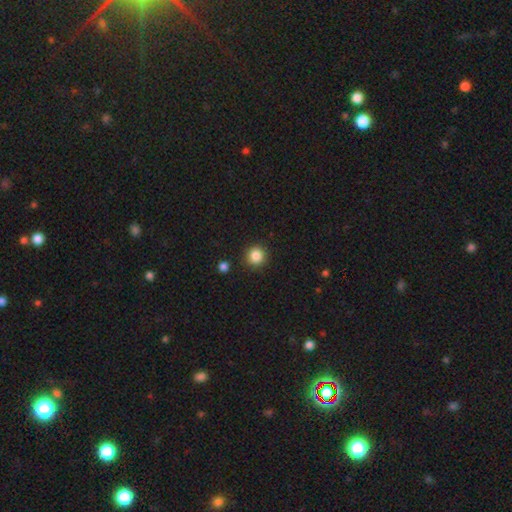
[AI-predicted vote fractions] Smooth or featured?
  - smooth: 85% *
  - star or artifact: 11%
  - featured or disk: 4%
How rounded?
  - round: 93% *
  - in between: 6%
  - cigar-shaped: 1%
Merging?
  - none: 90% *
  - minor disturbance: 6%
  - major disturbance: 2%
  - merger: 2%